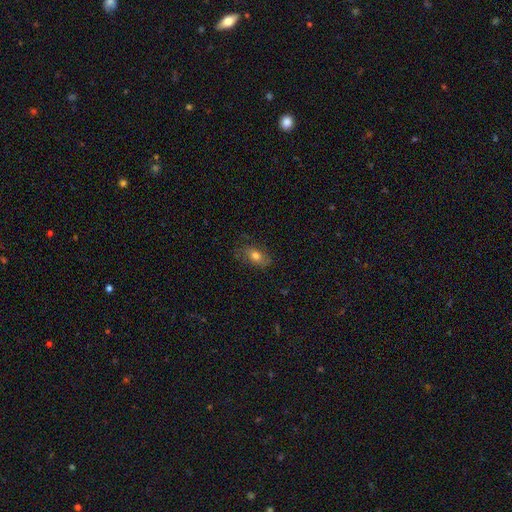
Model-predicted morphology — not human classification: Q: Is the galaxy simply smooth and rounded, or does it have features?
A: smooth — 70%.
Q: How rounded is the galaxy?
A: in between — 84%.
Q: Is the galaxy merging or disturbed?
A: none — 73%.